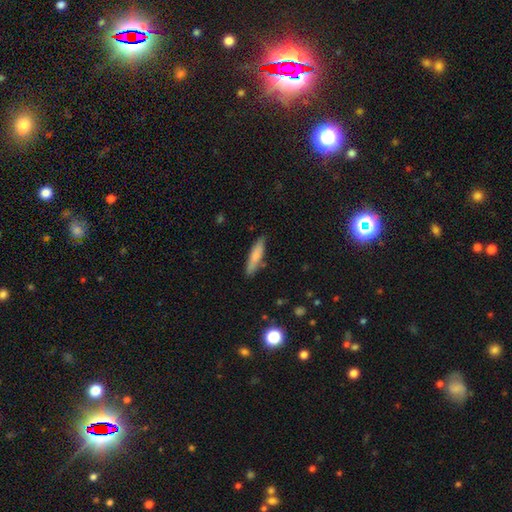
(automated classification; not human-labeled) Smooth or featured? smooth (76%)
How rounded? cigar-shaped (80%)
Merging? none (83%)